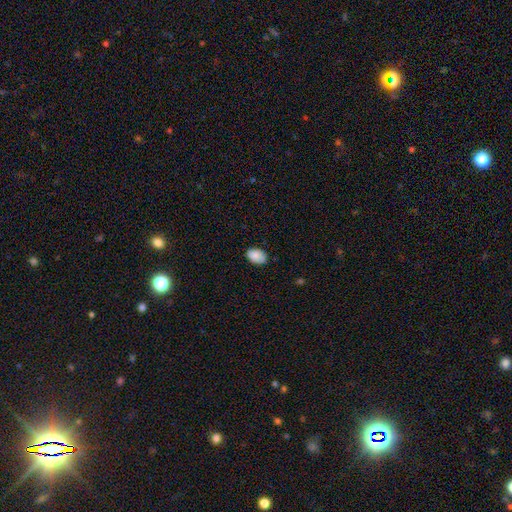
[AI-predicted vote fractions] smooth-or-featured: smooth: 88% | star or artifact: 7% | featured or disk: 5%
  how-rounded: in between: 86% | round: 13% | cigar-shaped: 1%
  merging: none: 77% | minor disturbance: 19% | major disturbance: 3% | merger: 1%